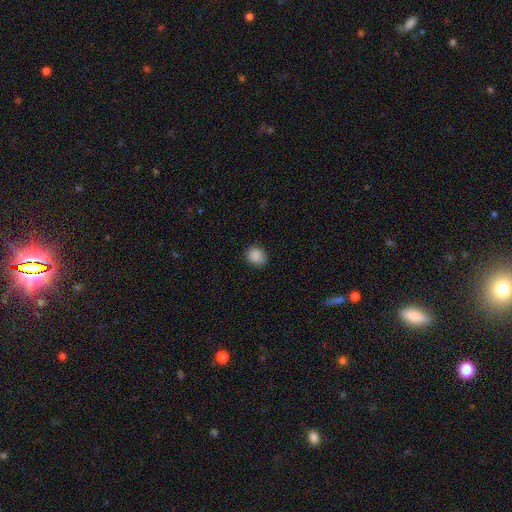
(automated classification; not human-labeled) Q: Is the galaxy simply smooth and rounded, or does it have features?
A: smooth — 88%.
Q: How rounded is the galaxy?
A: round — 66%.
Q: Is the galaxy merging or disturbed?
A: none — 83%.